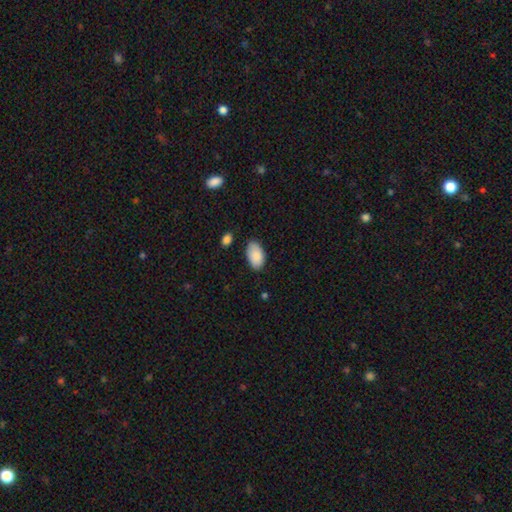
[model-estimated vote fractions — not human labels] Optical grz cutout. It shows a smooth galaxy with no disk features (89%) that is in between round and cigar-shaped (95%). Merging: none (78%).